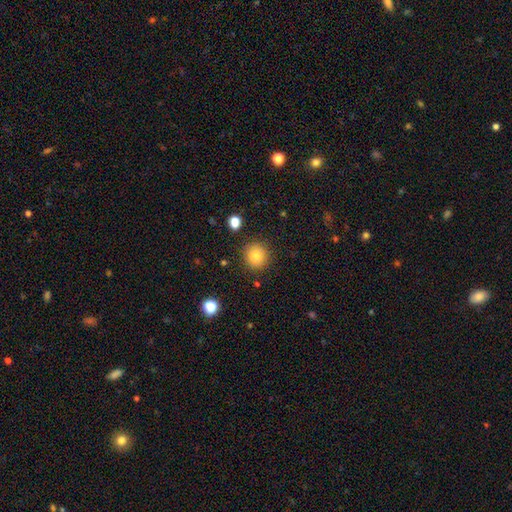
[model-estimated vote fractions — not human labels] Smooth or featured?
  - smooth: 83% *
  - star or artifact: 11%
  - featured or disk: 7%
How rounded?
  - round: 90% *
  - in between: 9%
  - cigar-shaped: 1%
Merging?
  - none: 88% *
  - minor disturbance: 8%
  - major disturbance: 3%
  - merger: 2%